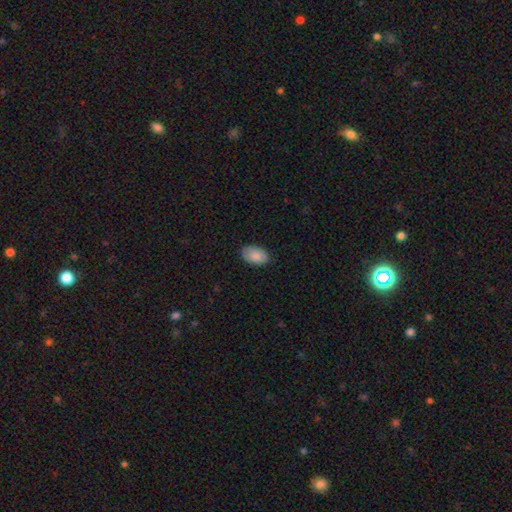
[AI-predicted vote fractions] This appears to be a smooth galaxy with no disk features (88%) that is in between round and cigar-shaped (93%). Merging: none (84%).